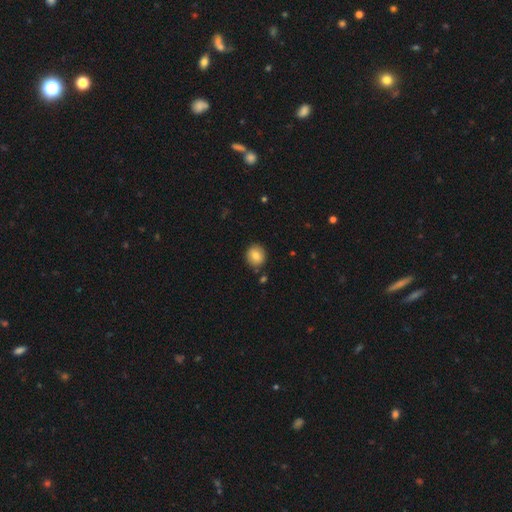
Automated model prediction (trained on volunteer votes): Overall: smooth (82%). How rounded: round (82%). Merging: none (86%).